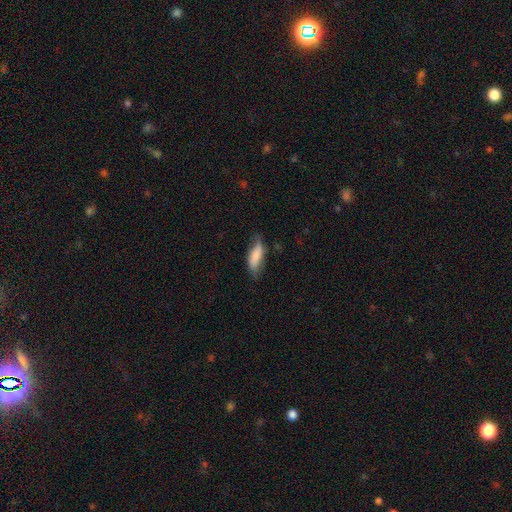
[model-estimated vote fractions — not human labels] Smooth or featured: smooth — 77% (featured or disk — 17%)
How rounded: in between — 64% (cigar-shaped — 34%)
Merging: none — 53% (minor disturbance — 34%)